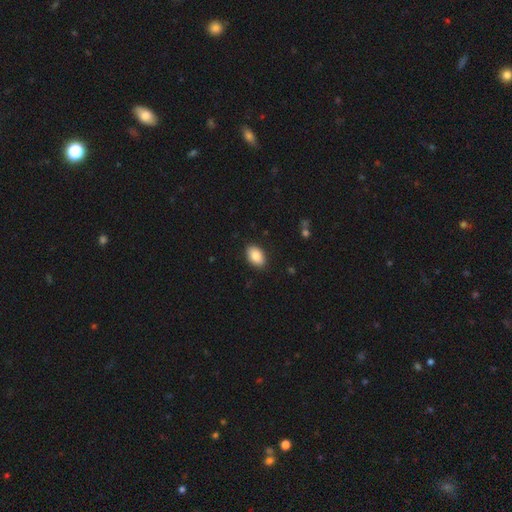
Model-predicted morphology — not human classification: type=smooth (85%); roundness=in between (91%); merging=none (89%).